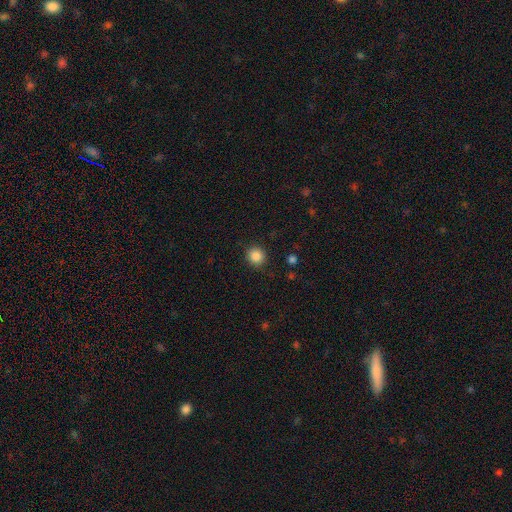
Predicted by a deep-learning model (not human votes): A smooth galaxy with no disk features (86%) that is round (91%).

Vote fractions:
- Smooth or featured? smooth: 86% / star or artifact: 10% / featured or disk: 4%
- How rounded? round: 91% / in between: 8% / cigar-shaped: 1%
- Merging? none: 90% / minor disturbance: 7% / major disturbance: 2% / merger: 1%